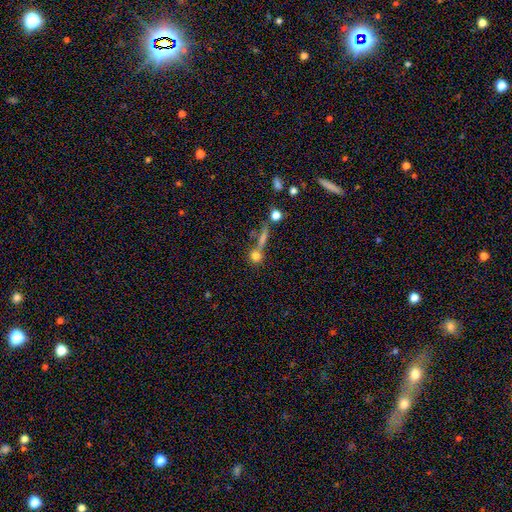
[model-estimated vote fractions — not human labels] This is likely a smooth galaxy (72%). How rounded: likely round (79%). Merging: possibly none (55%).